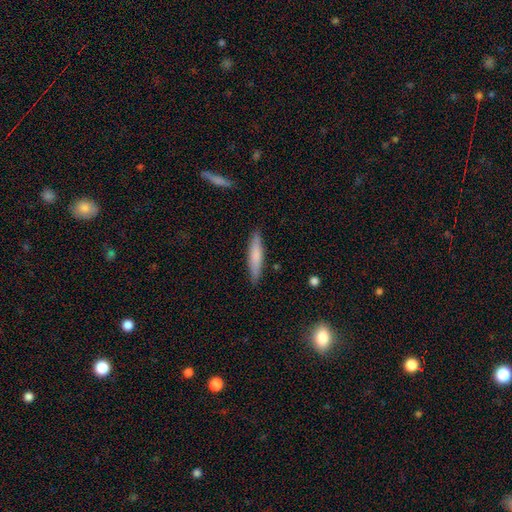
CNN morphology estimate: Smooth or featured? Predicted: smooth (p=0.74). How rounded? Predicted: cigar-shaped (p=0.86). Merging? Predicted: none (p=0.87).